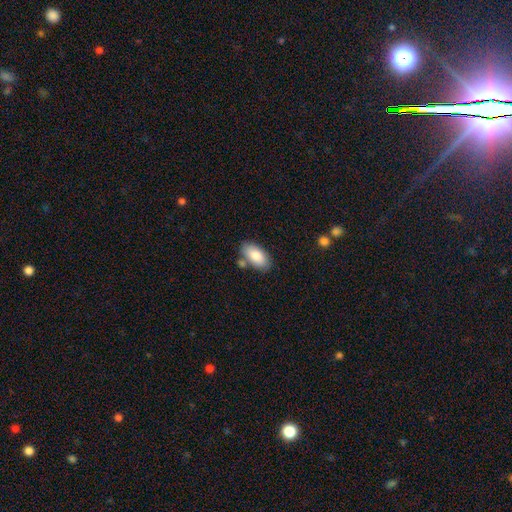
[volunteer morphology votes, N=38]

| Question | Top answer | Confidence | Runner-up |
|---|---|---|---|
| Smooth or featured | smooth | 84% | featured or disk (8%) |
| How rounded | in between | 100% | — |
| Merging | none | 74% | minor disturbance (14%) |